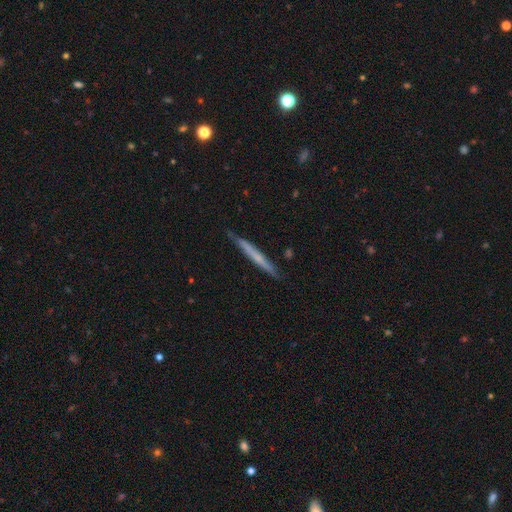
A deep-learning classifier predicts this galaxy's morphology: Smooth or featured: smooth — 48% (featured or disk — 47%)
Merging: none — 85% (minor disturbance — 12%)